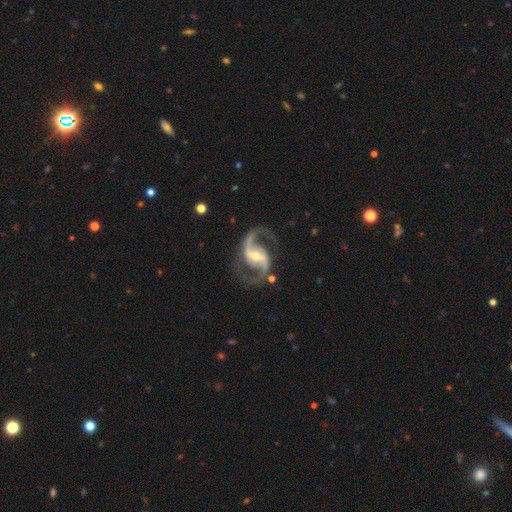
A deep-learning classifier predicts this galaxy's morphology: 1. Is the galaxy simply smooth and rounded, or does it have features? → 93% featured or disk, 4% star or artifact, 3% smooth.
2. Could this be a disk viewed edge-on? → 98% no, 2% yes.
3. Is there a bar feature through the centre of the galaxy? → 43% strong, 38% weak, 19% no.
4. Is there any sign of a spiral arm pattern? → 98% yes, 2% no.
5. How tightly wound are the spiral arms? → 55% medium, 37% loose, 8% tight.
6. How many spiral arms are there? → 94% 2, 1% 1, 1% can't tell, 1% 3, 1% 4, 1% more than 4.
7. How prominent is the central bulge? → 54% moderate, 40% small, 4% large, 1% none, 1% dominant.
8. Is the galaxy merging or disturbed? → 81% none, 11% minor disturbance, 6% major disturbance, 2% merger.